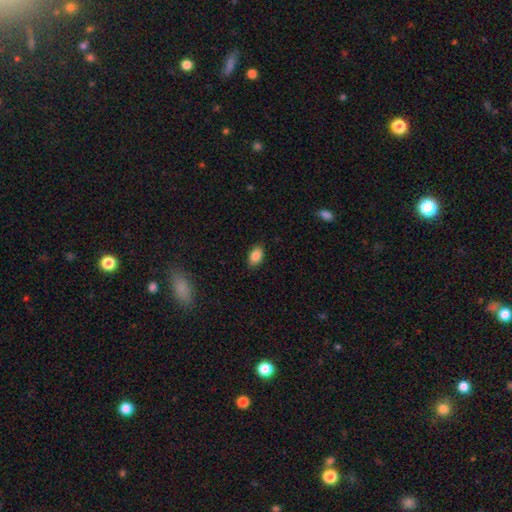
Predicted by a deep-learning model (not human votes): Smooth or featured? smooth (86%)
How rounded? in between (89%)
Merging? none (86%)